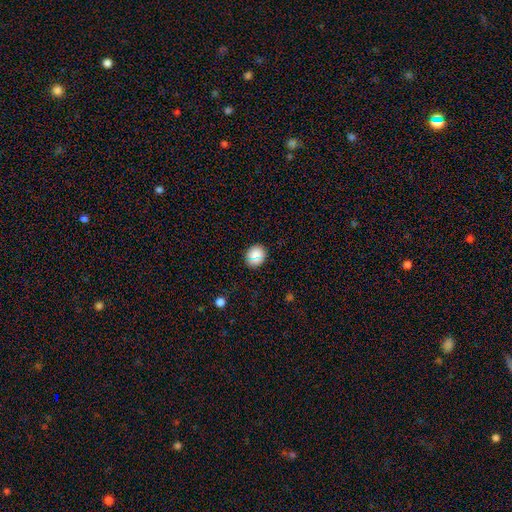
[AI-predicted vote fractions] smooth_or_featured: smooth (p=0.84) [alt: star or artifact p=0.09]
how_rounded: round (p=0.68) [alt: in between p=0.31]
merging: none (p=0.86) [alt: minor disturbance p=0.11]